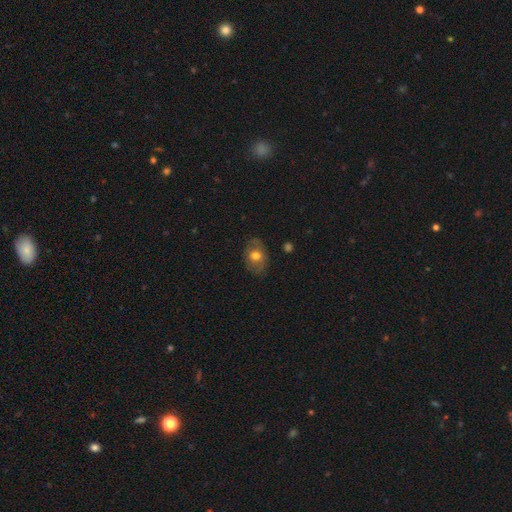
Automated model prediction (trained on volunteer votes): smooth_or_featured: smooth (p=0.64) [alt: featured or disk p=0.27]
how_rounded: in between (p=0.69) [alt: round p=0.30]
merging: none (p=0.79) [alt: minor disturbance p=0.16]